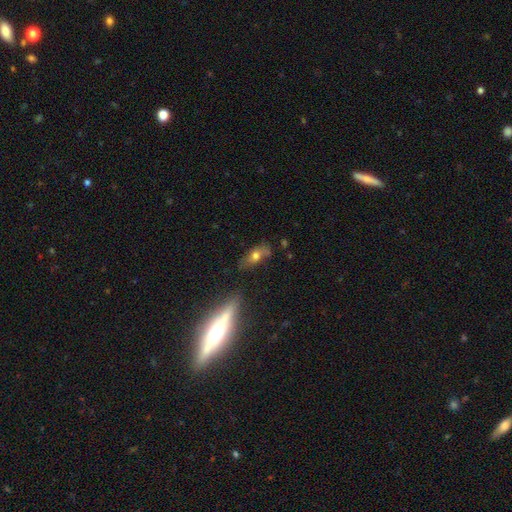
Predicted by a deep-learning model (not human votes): Smooth or featured?
  - smooth: 60% *
  - featured or disk: 28%
  - star or artifact: 12%
How rounded?
  - in between: 70% *
  - cigar-shaped: 21%
  - round: 9%
Merging?
  - none: 58% *
  - minor disturbance: 24%
  - major disturbance: 11%
  - merger: 7%